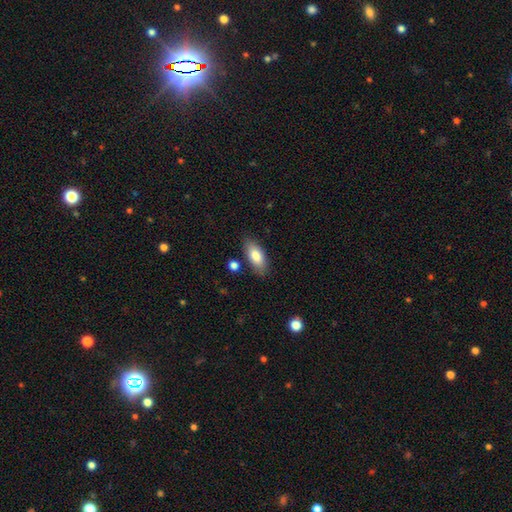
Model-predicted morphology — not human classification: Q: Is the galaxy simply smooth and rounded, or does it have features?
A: smooth — 82%.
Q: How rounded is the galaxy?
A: in between — 86%.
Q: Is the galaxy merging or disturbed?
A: none — 82%.